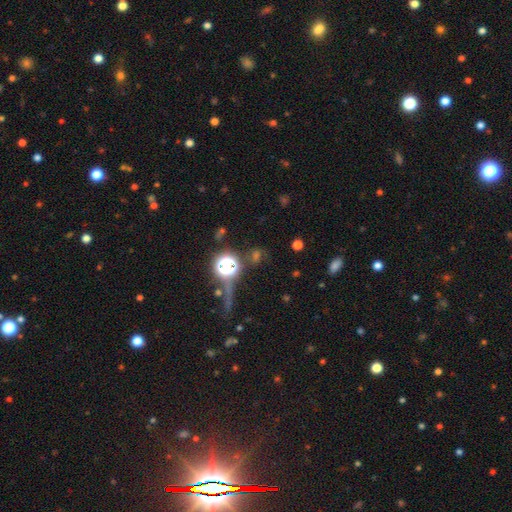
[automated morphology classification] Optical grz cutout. It shows a star or artifact, not a galaxy (57%).